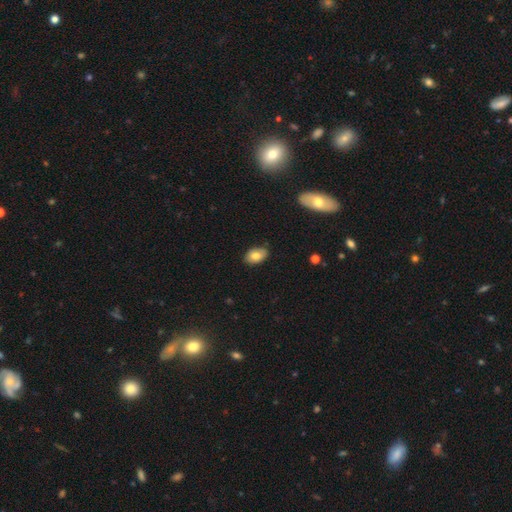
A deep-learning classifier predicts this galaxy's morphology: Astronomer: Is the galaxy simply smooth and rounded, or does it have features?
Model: smooth — 78%.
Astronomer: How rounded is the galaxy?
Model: in between — 89%.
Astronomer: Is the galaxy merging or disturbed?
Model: none — 82%.